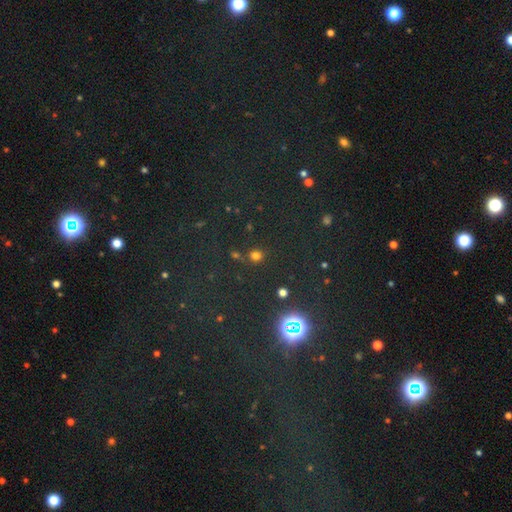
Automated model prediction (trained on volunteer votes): smooth_or_featured: smooth (p=0.65) [alt: star or artifact p=0.30]
how_rounded: round (p=0.84) [alt: in between p=0.15]
merging: none (p=0.75) [alt: minor disturbance p=0.10]